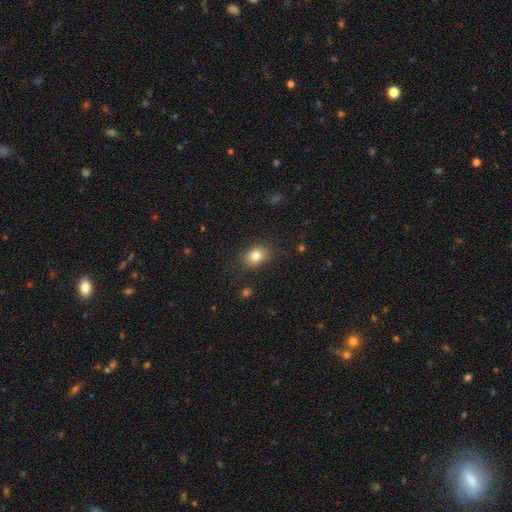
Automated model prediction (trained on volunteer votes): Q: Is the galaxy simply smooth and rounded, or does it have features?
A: smooth — 82%.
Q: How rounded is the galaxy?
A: in between — 62%.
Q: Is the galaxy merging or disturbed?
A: none — 84%.